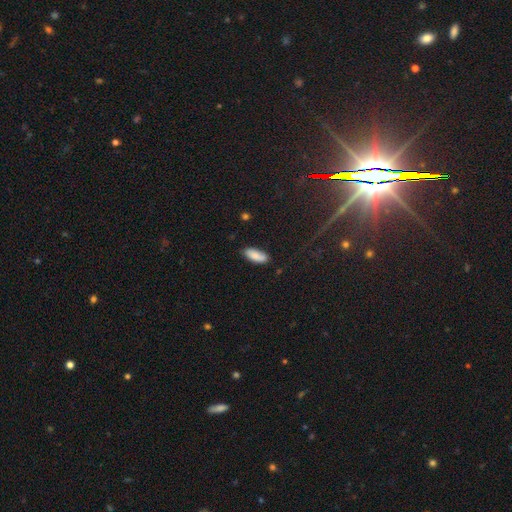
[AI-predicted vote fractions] Smooth or featured? Predicted: smooth (p=0.86). How rounded? Predicted: in between (p=0.79). Merging? Predicted: none (p=0.79).